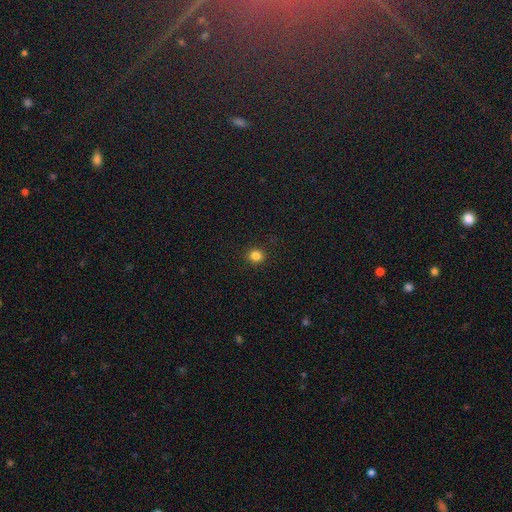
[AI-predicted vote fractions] Smooth or featured? Predicted: smooth (p=0.84). How rounded? Predicted: round (p=0.83). Merging? Predicted: none (p=0.91).